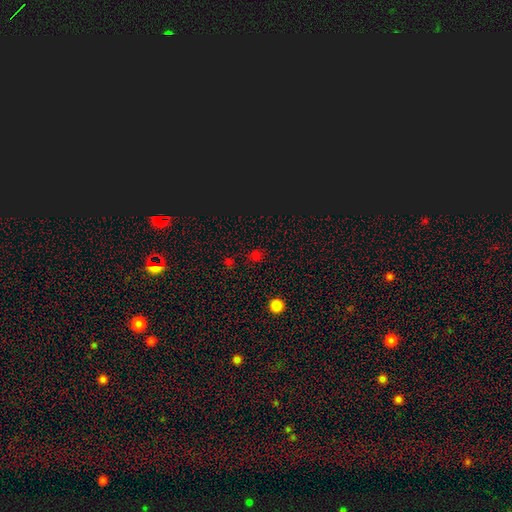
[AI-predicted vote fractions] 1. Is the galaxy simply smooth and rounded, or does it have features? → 48% star or artifact, 47% smooth, 5% featured or disk.